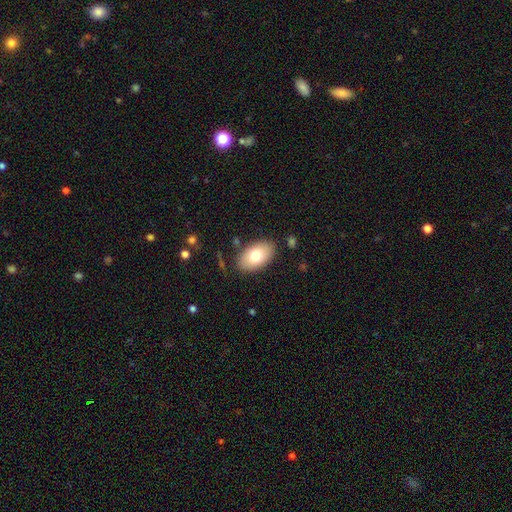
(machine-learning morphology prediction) This is likely a smooth galaxy (75%). How rounded: clearly in between (93%). Merging: clearly none (84%).